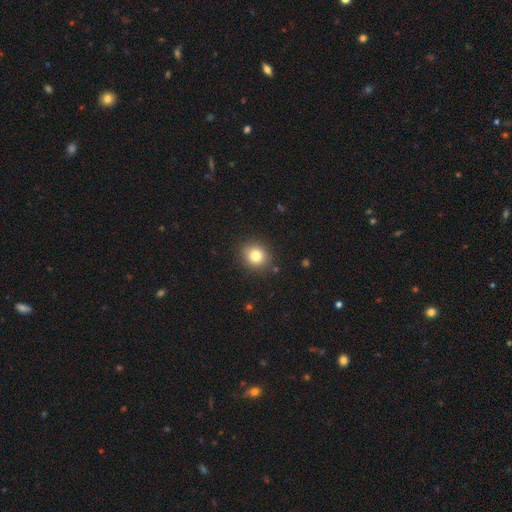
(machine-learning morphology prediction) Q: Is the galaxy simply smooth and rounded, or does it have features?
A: smooth — 81%.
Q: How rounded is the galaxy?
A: round — 77%.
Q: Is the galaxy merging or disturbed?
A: none — 88%.